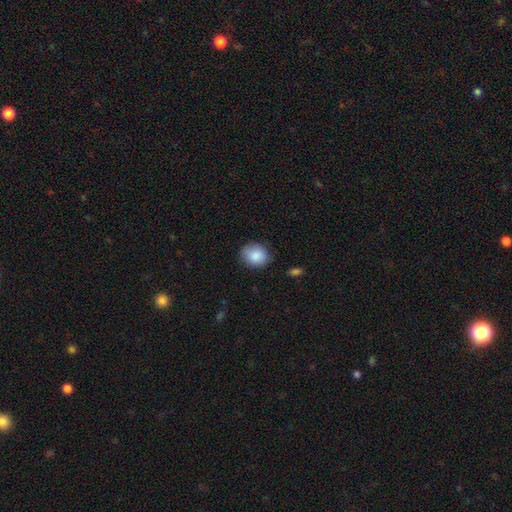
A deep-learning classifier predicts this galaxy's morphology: The model was most divided on "how rounded": round: 56%, in between: 43%, cigar-shaped: 1%. More confident: smooth or featured — smooth (87%); merging — none (80%).